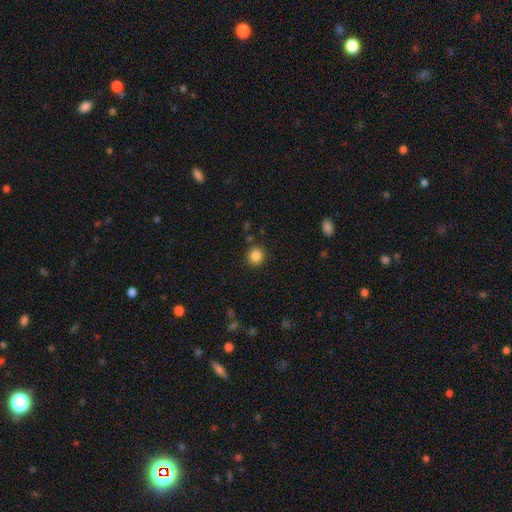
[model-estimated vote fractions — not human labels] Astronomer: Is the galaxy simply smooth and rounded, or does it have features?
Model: smooth — 86%.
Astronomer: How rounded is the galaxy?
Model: round — 91%.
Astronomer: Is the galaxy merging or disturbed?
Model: none — 88%.